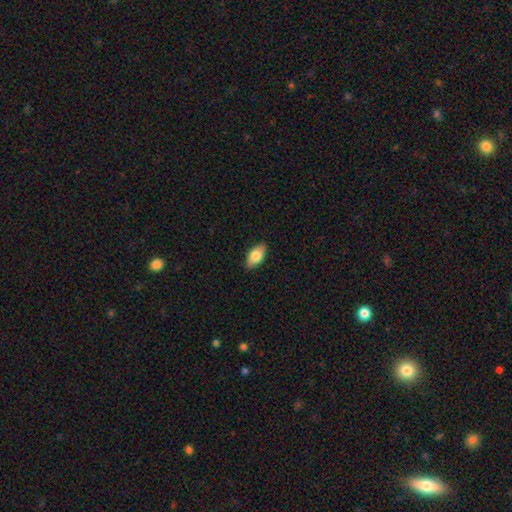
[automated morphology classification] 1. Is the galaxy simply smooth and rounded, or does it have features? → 78% smooth, 15% featured or disk, 7% star or artifact.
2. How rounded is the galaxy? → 91% in between, 5% cigar-shaped, 4% round.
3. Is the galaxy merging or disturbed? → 87% none, 10% minor disturbance, 2% major disturbance, 1% merger.